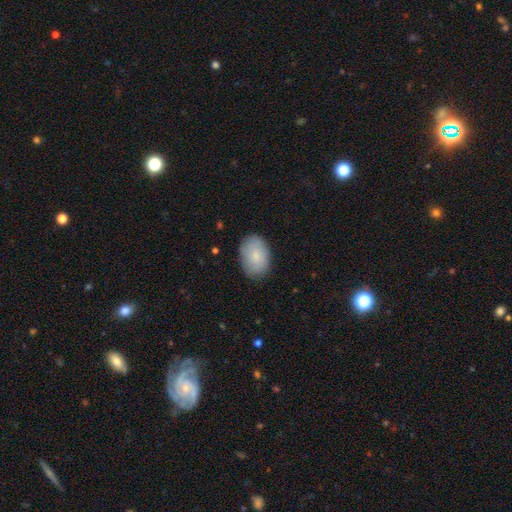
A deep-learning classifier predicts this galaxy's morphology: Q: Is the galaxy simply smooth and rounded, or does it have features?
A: smooth — 83%.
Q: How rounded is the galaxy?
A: in between — 83%.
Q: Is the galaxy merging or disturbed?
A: none — 83%.